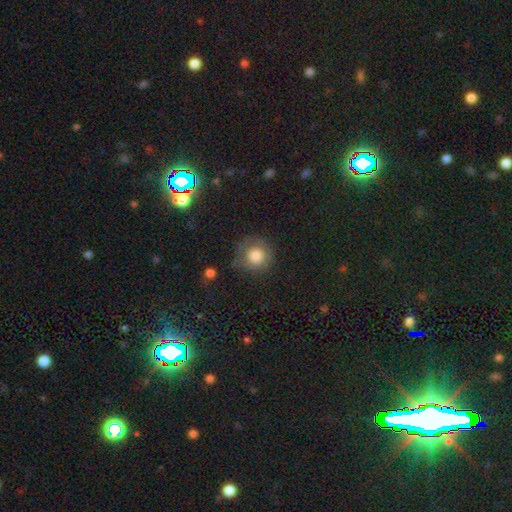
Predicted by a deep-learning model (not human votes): This is likely a smooth galaxy (79%). How rounded: clearly round (93%). Merging: likely none (65%).